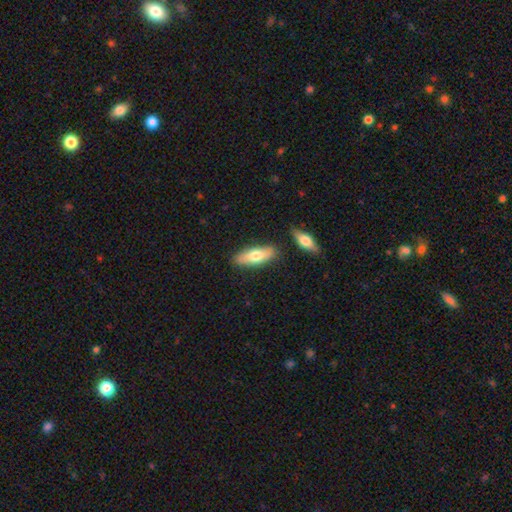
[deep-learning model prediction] This is likely a smooth galaxy (67%). How rounded: possibly in between (59%). Merging: clearly none (80%).